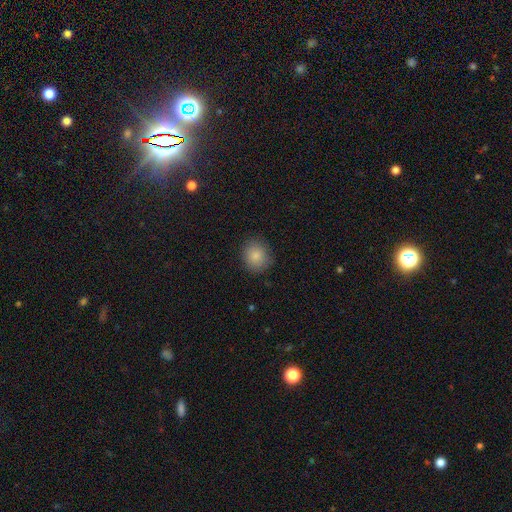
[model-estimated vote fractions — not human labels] Morphology: type=smooth (86%); roundness=round (82%); merging=none (86%).